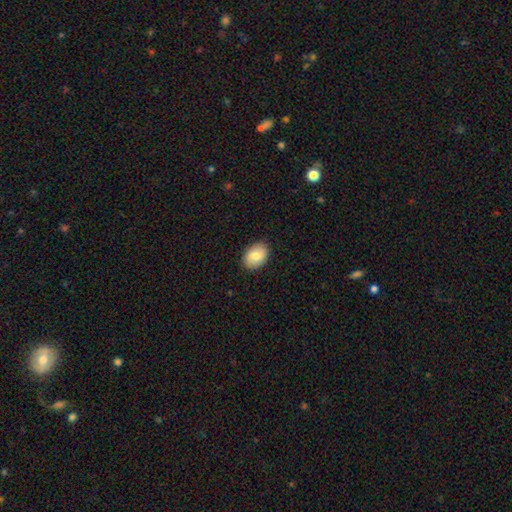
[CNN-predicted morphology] A smooth galaxy with no disk features (82%) that is in between round and cigar-shaped (80%). Merging: none (89%).